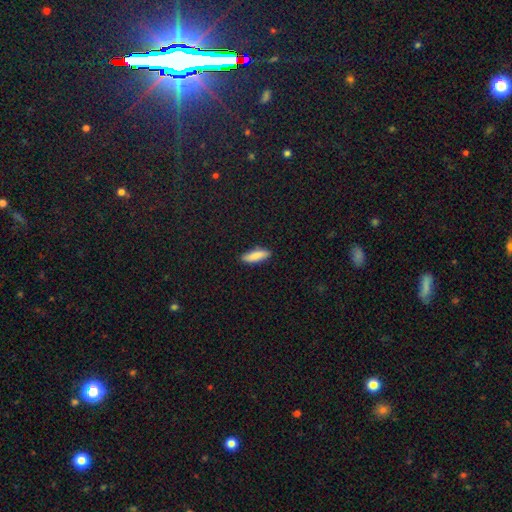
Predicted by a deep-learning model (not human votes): smooth-or-featured: smooth: 85% | featured or disk: 9% | star or artifact: 6%
  how-rounded: cigar-shaped: 54% | in between: 44% | round: 2%
  merging: none: 88% | minor disturbance: 9% | major disturbance: 2% | merger: 1%